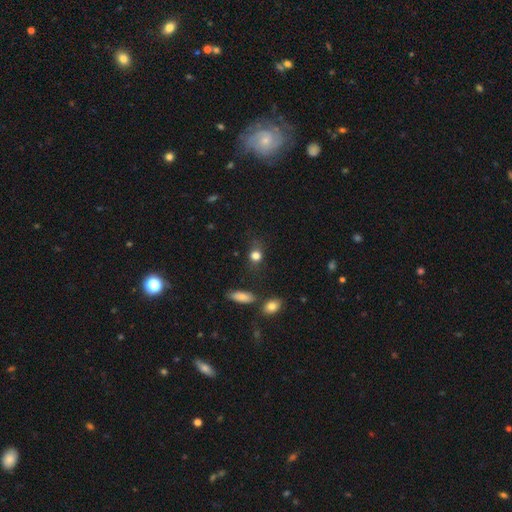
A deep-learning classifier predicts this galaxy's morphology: type=smooth (79%); roundness=round (65%); merging=none (68%).